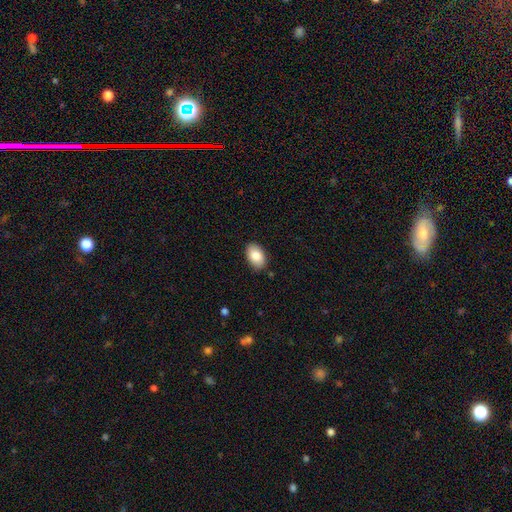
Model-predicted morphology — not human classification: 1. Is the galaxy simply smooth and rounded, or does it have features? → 85% smooth, 8% featured or disk, 7% star or artifact.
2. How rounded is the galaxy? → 91% in between, 8% round, 1% cigar-shaped.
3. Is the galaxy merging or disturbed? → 86% none, 11% minor disturbance, 2% major disturbance, 1% merger.